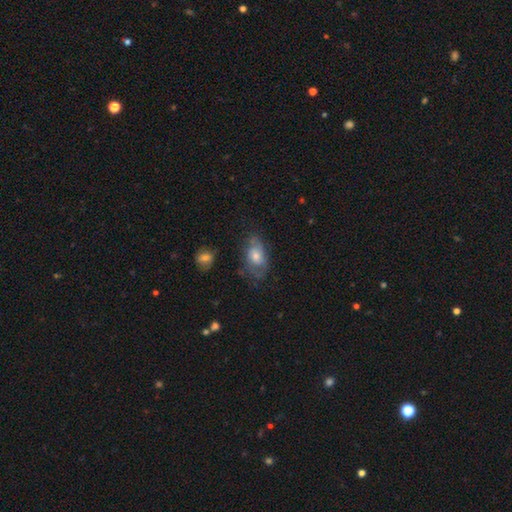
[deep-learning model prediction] Morphology: type=featured or disk (47%); merging=none (57%).